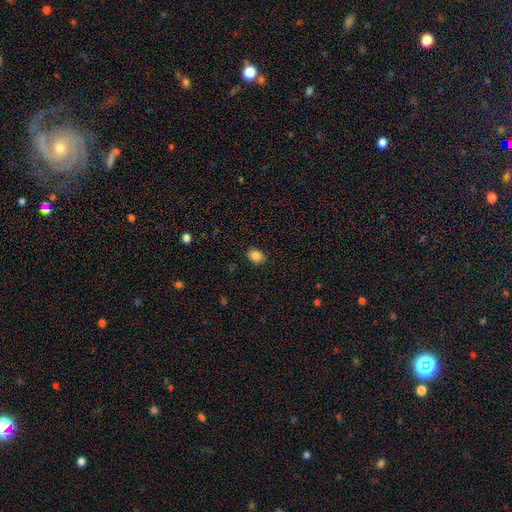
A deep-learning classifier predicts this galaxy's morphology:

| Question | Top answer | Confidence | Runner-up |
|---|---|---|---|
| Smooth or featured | smooth | 86% | star or artifact (10%) |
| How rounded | in between | 69% | round (30%) |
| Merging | none | 88% | minor disturbance (8%) |